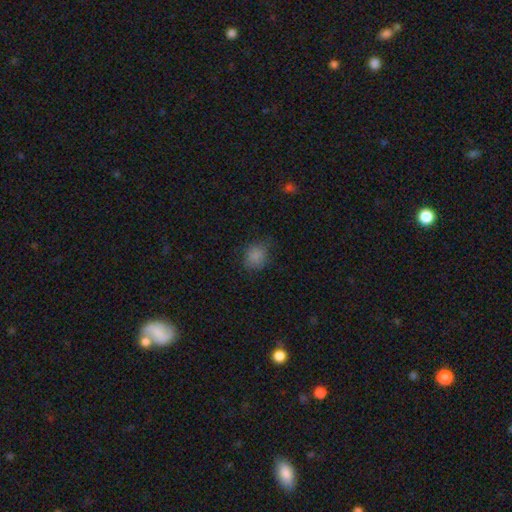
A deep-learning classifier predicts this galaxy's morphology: This is clearly a smooth galaxy (81%). How rounded: likely round (71%). Merging: likely none (73%).